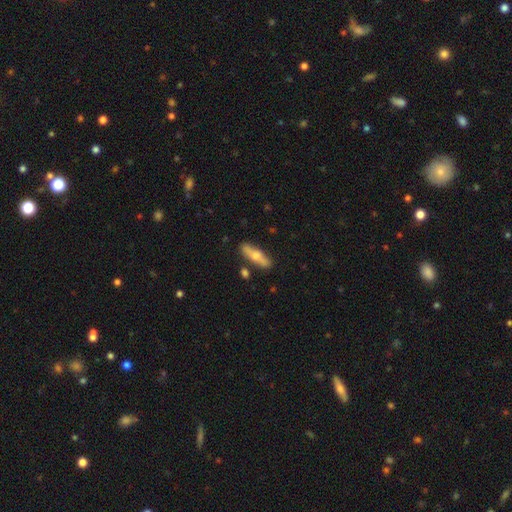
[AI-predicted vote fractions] smooth_or_featured: smooth (p=0.52) [alt: featured or disk p=0.42]
how_rounded: cigar-shaped (p=0.67) [alt: in between p=0.30]
merging: none (p=0.80) [alt: minor disturbance p=0.12]